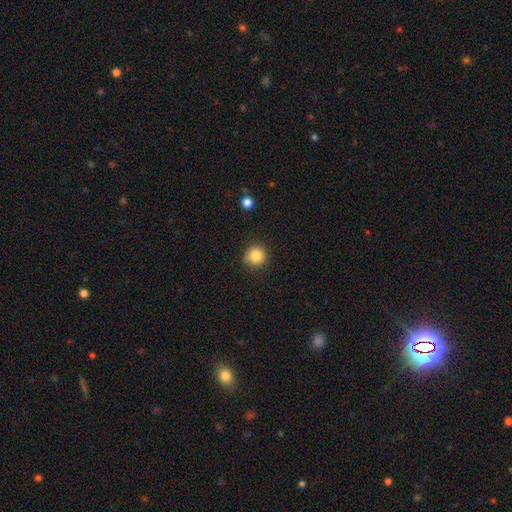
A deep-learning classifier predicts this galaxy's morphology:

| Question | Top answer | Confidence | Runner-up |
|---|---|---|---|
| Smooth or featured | smooth | 85% | star or artifact (10%) |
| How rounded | round | 93% | in between (6%) |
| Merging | none | 87% | minor disturbance (9%) |